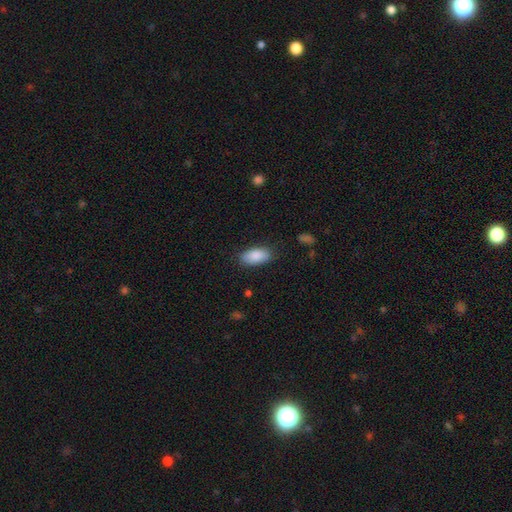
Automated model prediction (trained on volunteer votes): Smooth or featured? Predicted: smooth (p=0.88). How rounded? Predicted: in between (p=0.92). Merging? Predicted: none (p=0.83).